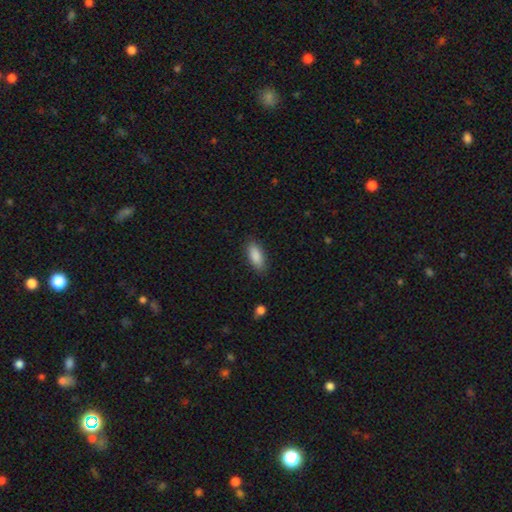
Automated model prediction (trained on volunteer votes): smooth-or-featured: smooth: 88% | star or artifact: 6% | featured or disk: 5%
  how-rounded: in between: 81% | cigar-shaped: 17% | round: 2%
  merging: none: 85% | minor disturbance: 11% | major disturbance: 3% | merger: 1%